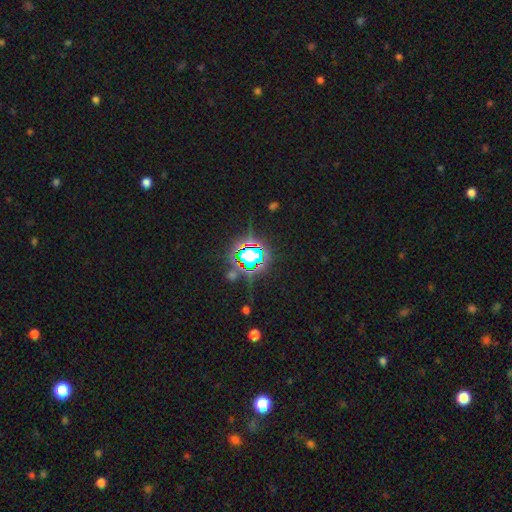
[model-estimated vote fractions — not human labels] Smooth or featured? star or artifact (82%)